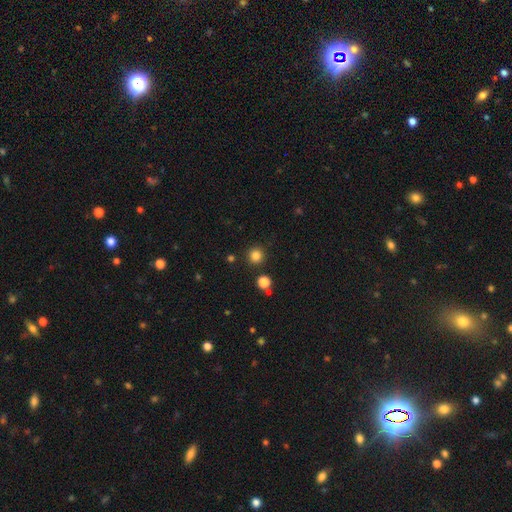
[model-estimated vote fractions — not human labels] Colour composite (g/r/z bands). It shows a smooth galaxy with no disk features (82%) that is round (95%). Merging: none (90%).